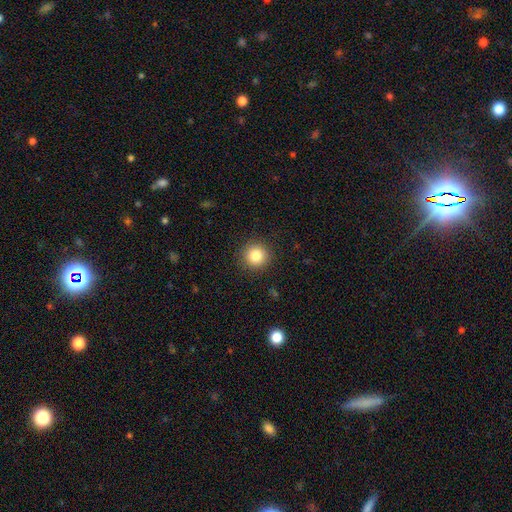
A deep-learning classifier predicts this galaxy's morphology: Overall: smooth (83%). How rounded: round (95%). Merging: none (91%).